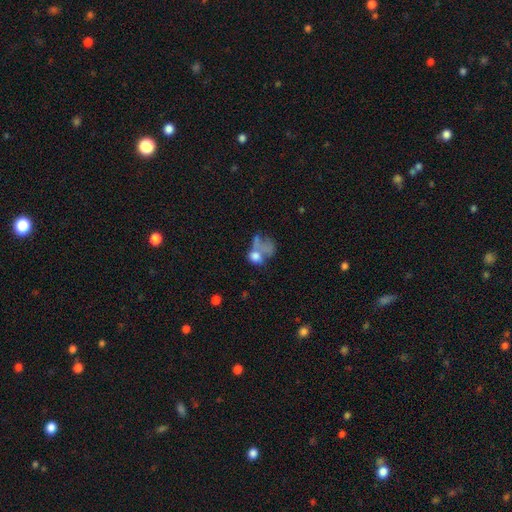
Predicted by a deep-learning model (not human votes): Smooth or featured: smooth — 57% (featured or disk — 29%)
How rounded: in between — 53% (round — 46%)
Merging: merger — 35% (tied with major disturbance — 35%)